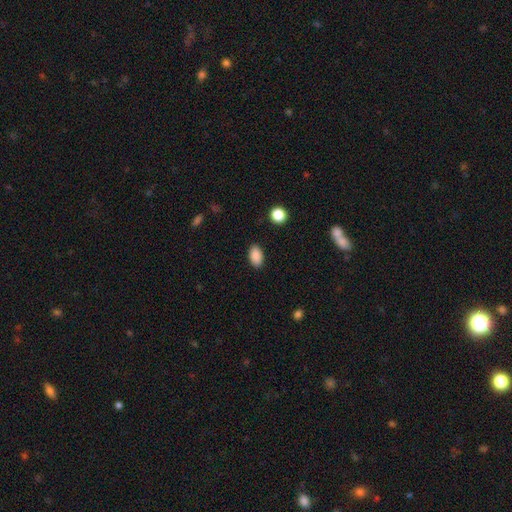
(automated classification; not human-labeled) Smooth or featured? Predicted: smooth (p=0.88). How rounded? Predicted: in between (p=0.92). Merging? Predicted: none (p=0.88).